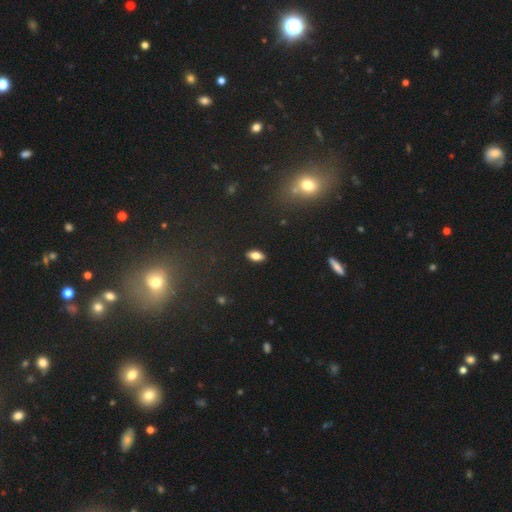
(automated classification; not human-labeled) smooth 73%, featured or disk 17%, star or artifact 10%. Down the decision tree: how rounded — in between (87%); merging — none (89%).